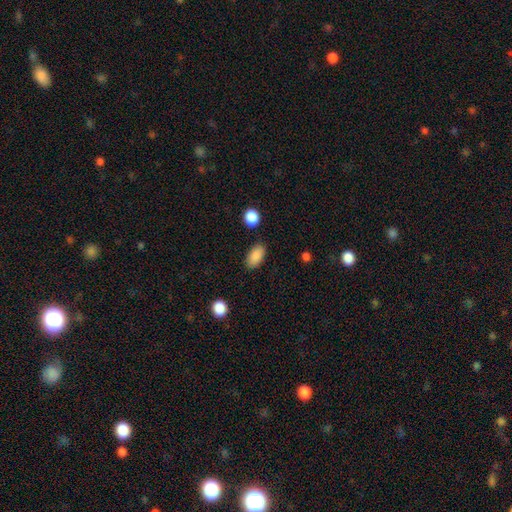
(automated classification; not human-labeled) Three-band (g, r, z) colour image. It shows a smooth galaxy with no disk features (88%) that is in between round and cigar-shaped (93%). Merging: none (85%).